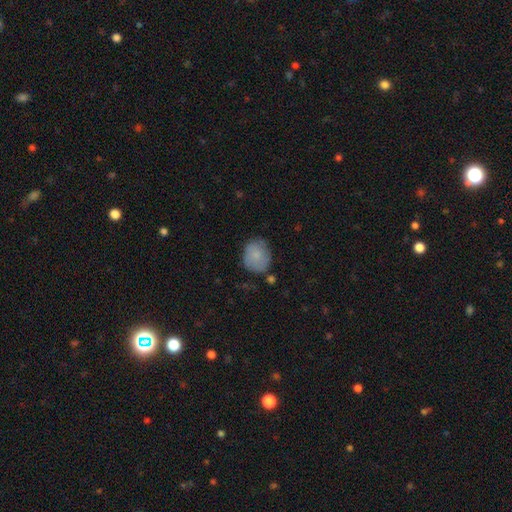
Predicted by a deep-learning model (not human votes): smooth 80%, featured or disk 13%, star or artifact 7%. Down the decision tree: how rounded — round (63%); merging — none (66%).